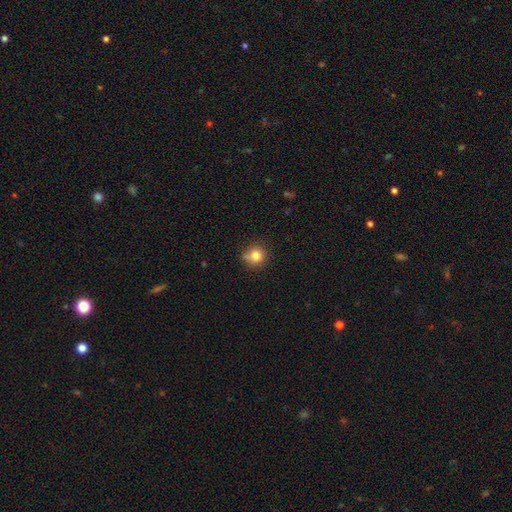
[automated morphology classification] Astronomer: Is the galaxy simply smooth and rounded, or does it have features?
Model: smooth — 80%.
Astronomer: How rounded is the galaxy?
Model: round — 90%.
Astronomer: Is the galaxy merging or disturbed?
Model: none — 70%.